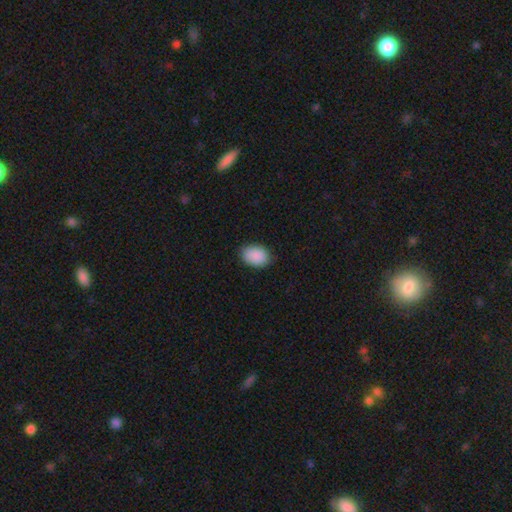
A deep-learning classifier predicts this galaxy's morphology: Smooth or featured? Predicted: smooth (p=0.90). How rounded? Predicted: in between (p=0.77). Merging? Predicted: none (p=0.83).